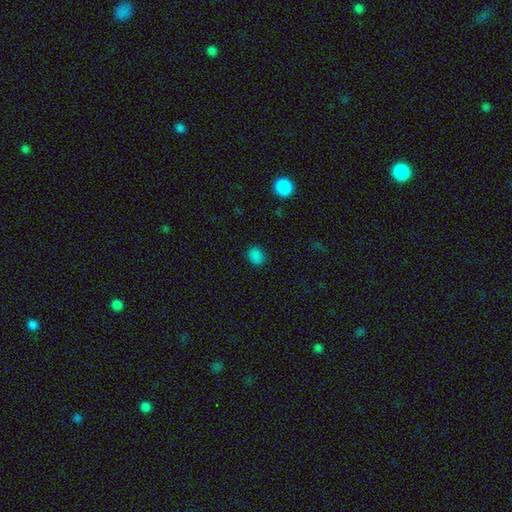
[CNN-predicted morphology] A smooth galaxy with no disk features (82%) that is in between round and cigar-shaped (53%). Merging: none (86%).